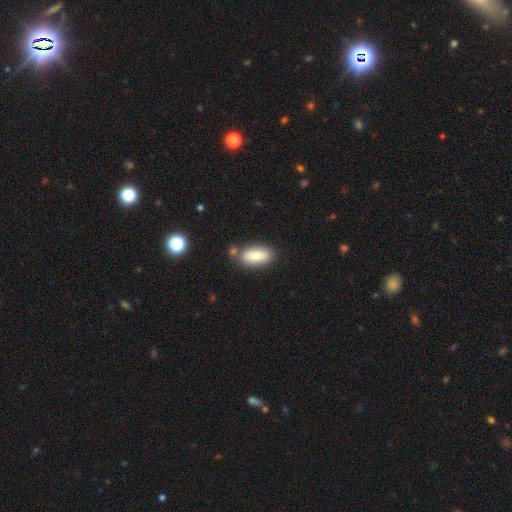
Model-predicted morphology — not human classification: A smooth galaxy with no disk features (84%) that is in between round and cigar-shaped (85%).

Vote fractions:
- Smooth or featured? smooth: 84% / featured or disk: 10% / star or artifact: 7%
- How rounded? in between: 85% / cigar-shaped: 13% / round: 3%
- Merging? none: 72% / minor disturbance: 13% / merger: 11% / major disturbance: 3%